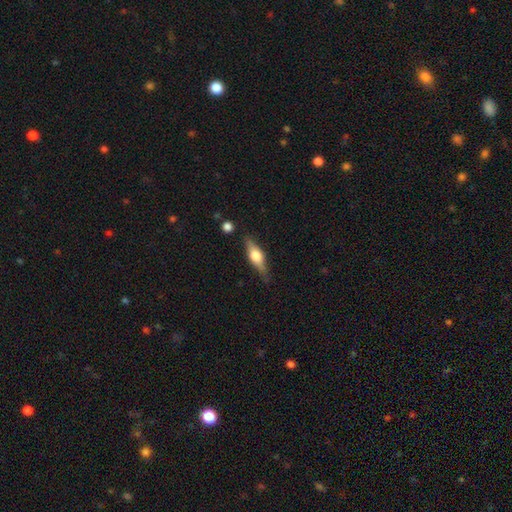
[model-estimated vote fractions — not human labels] Overall: featured or disk (57%; smooth 37%). Edge-on disk: yes (93%). Edge-on bulge: rounded (93%). Merging: none (80%).